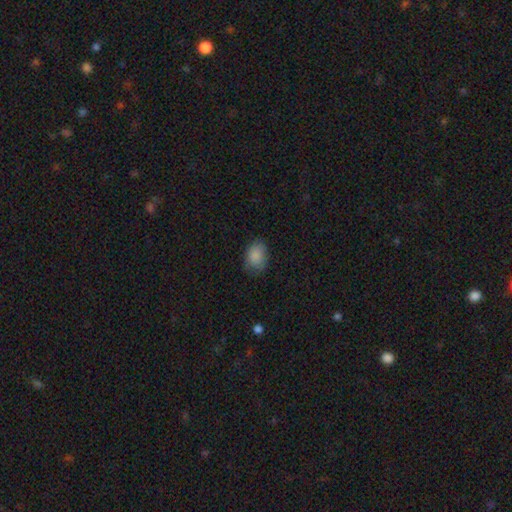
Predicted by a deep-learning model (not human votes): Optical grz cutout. It shows a smooth galaxy with no disk features (86%) that is in between round and cigar-shaped (75%). Merging: none (72%).